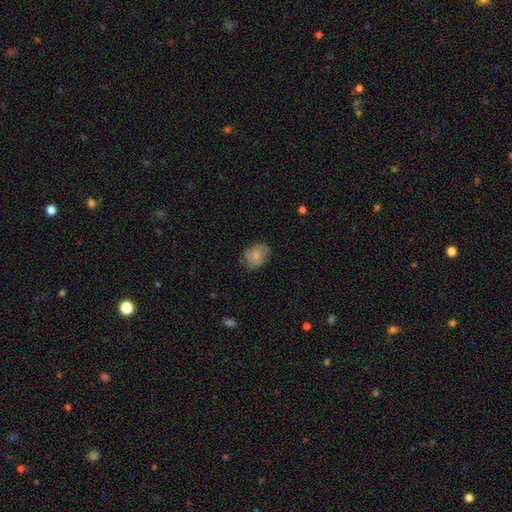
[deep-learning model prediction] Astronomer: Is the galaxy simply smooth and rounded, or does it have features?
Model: smooth — 64%.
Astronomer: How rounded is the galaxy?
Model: in between — 64%.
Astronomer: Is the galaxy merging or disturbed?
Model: none — 68%.